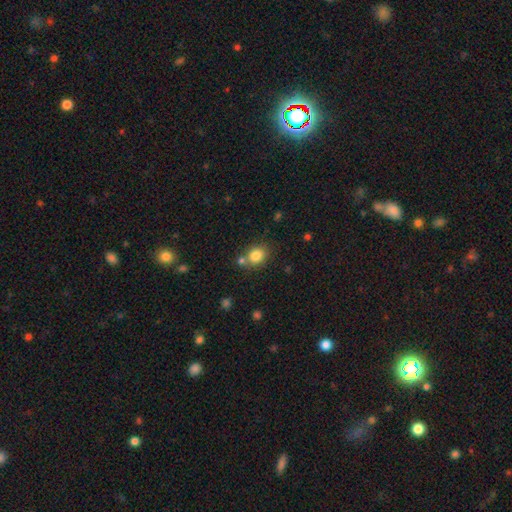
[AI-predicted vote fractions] Q: Smooth or featured?
A: smooth (82%); runner-up: star or artifact (11%)
Q: How rounded?
A: round (60%); runner-up: in between (39%)
Q: Merging?
A: none (65%); runner-up: merger (20%)